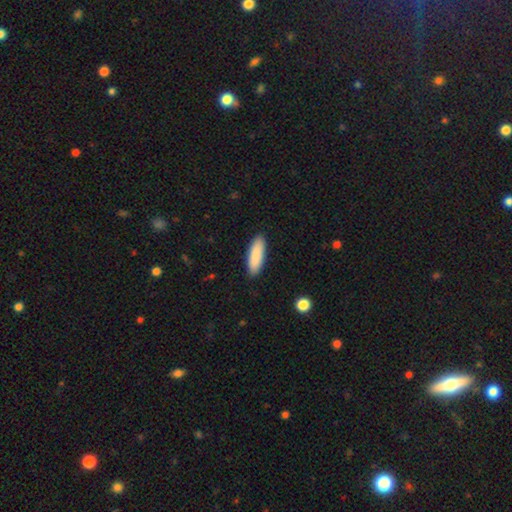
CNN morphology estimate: This appears to be a smooth galaxy with no disk features (89%) that is in between round and cigar-shaped (56%). Merging: none (90%).